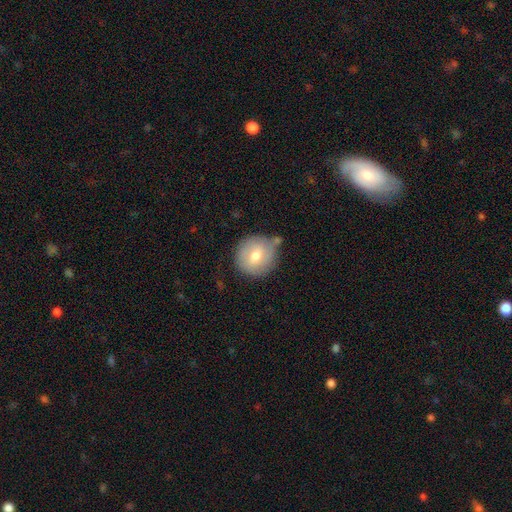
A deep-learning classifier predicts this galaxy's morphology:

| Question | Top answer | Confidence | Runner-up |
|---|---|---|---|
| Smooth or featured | smooth | 68% | featured or disk (25%) |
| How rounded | round | 91% | in between (8%) |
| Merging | none | 69% | minor disturbance (19%) |